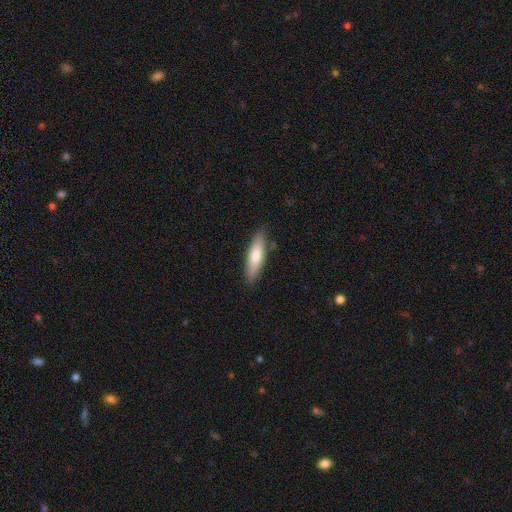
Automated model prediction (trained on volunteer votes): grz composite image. It shows a smooth galaxy with no disk features (69%) that is cigar-shaped (66%). Merging: none (85%).